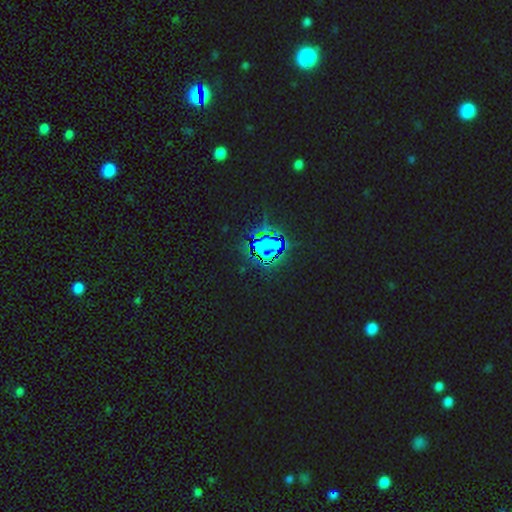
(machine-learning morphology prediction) A star or artifact, not a galaxy (82%).

Vote fractions:
- Smooth or featured? star or artifact: 82% / smooth: 10% / featured or disk: 8%